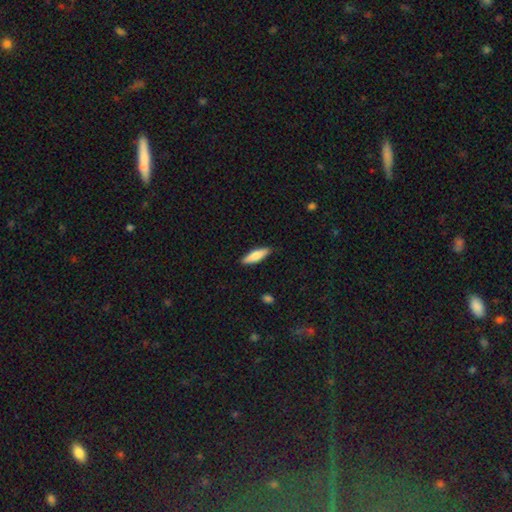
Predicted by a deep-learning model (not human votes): Overall: smooth (75%). How rounded: cigar-shaped (64%; in between 34%). Merging: none (86%).